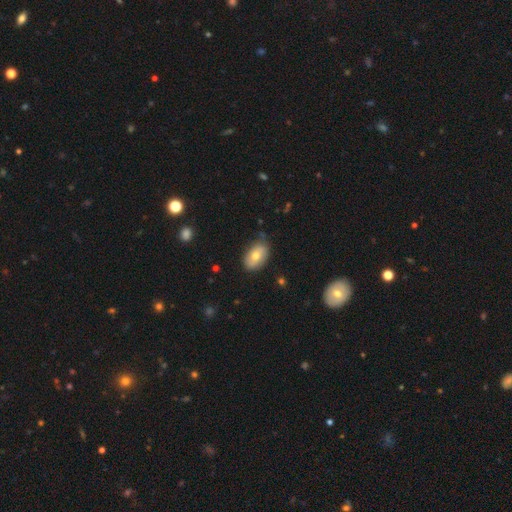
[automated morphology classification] Smooth or featured? smooth (66%)
How rounded? in between (90%)
Merging? none (76%)